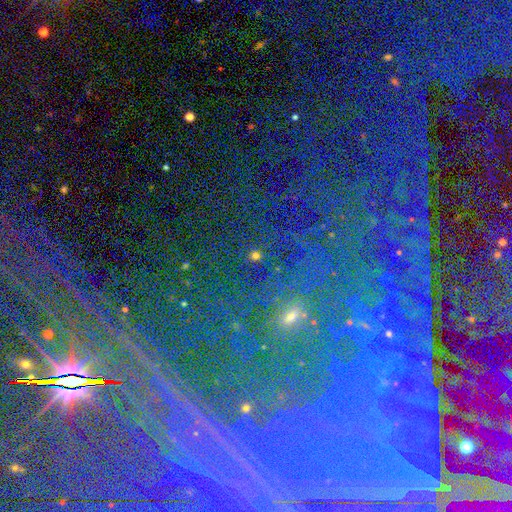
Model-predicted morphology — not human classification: A smooth galaxy with no disk features (51%) that is round (89%).

Vote fractions:
- Smooth or featured? smooth: 51% / star or artifact: 42% / featured or disk: 7%
- How rounded? round: 89% / in between: 9% / cigar-shaped: 2%
- Merging? none: 84% / minor disturbance: 7% / merger: 5% / major disturbance: 4%